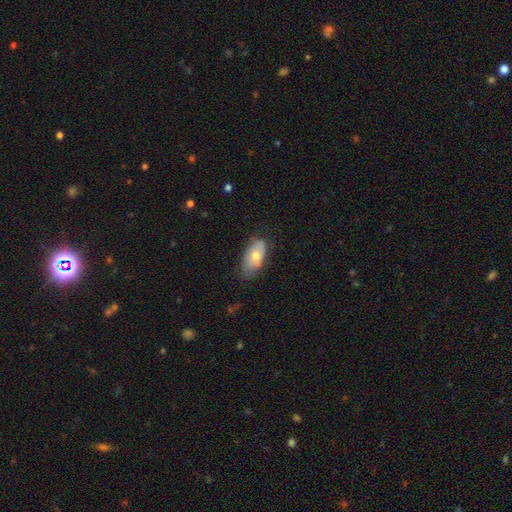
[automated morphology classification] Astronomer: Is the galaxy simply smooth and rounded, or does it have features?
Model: smooth — 60%.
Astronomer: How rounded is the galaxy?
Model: in between — 92%.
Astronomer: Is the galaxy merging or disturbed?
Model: none — 61%.